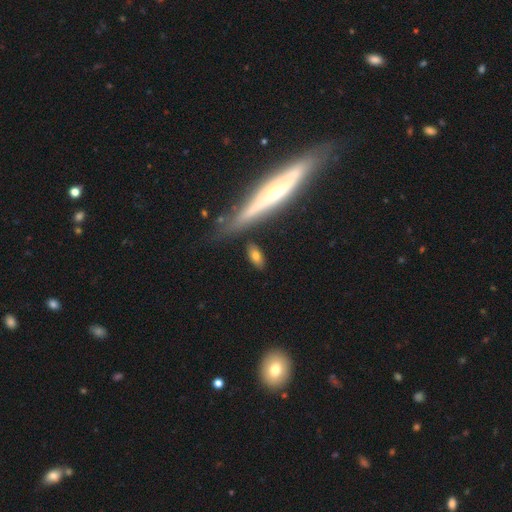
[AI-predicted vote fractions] smooth 74%, featured or disk 19%, star or artifact 7%. Down the decision tree: how rounded — in between (78%); merging — none (77%).